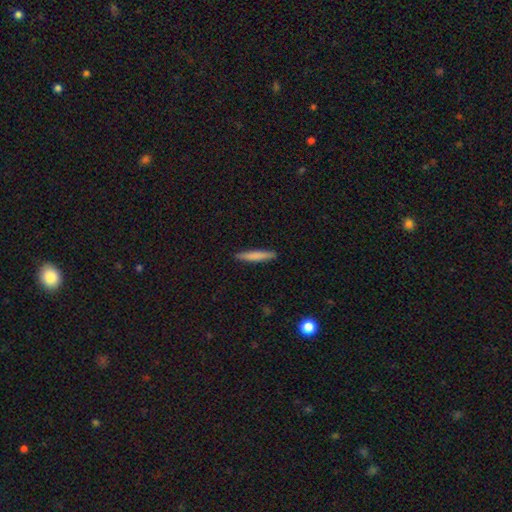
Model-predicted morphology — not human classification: Smooth or featured? smooth (75%)
How rounded? cigar-shaped (94%)
Merging? none (91%)